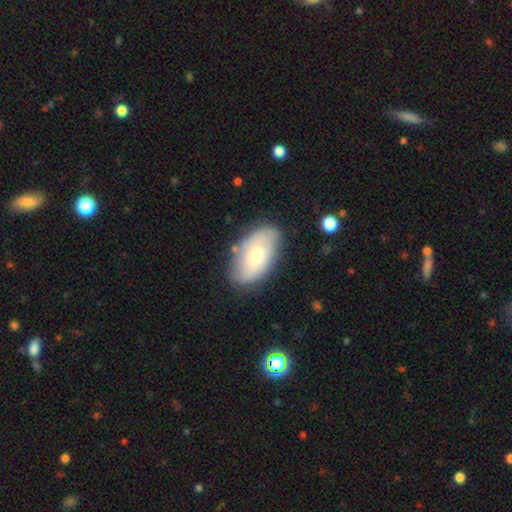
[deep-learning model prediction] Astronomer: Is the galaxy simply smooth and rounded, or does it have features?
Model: smooth — 55% (runner-up: featured or disk, 39%).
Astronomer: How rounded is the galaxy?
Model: in between — 93%.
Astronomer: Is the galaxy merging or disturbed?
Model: none — 77%.